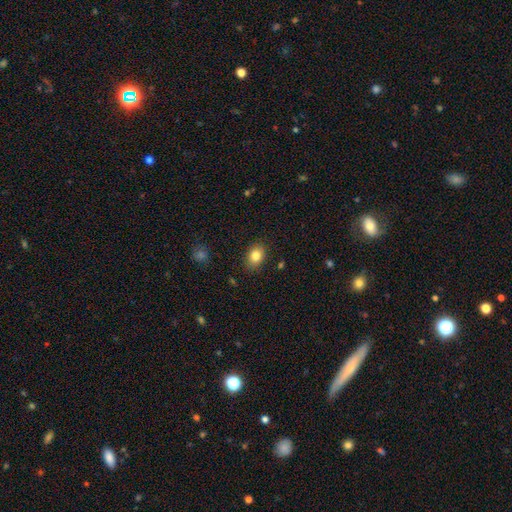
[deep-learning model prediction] This is clearly a smooth galaxy (84%). How rounded: likely in between (74%). Merging: clearly none (87%).